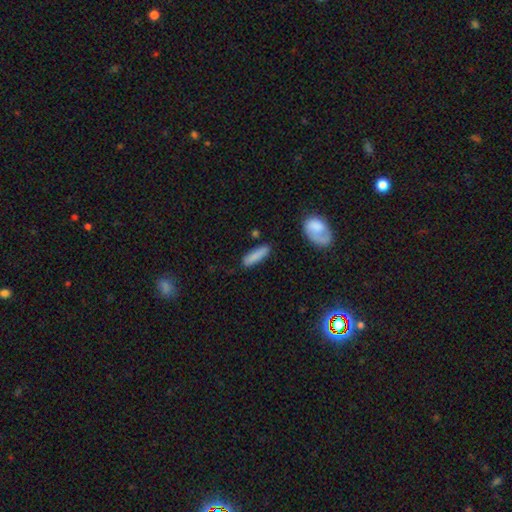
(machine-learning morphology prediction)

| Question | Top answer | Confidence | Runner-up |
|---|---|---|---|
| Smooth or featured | smooth | 85% | featured or disk (9%) |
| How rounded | cigar-shaped | 70% | in between (28%) |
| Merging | none | 84% | minor disturbance (10%) |